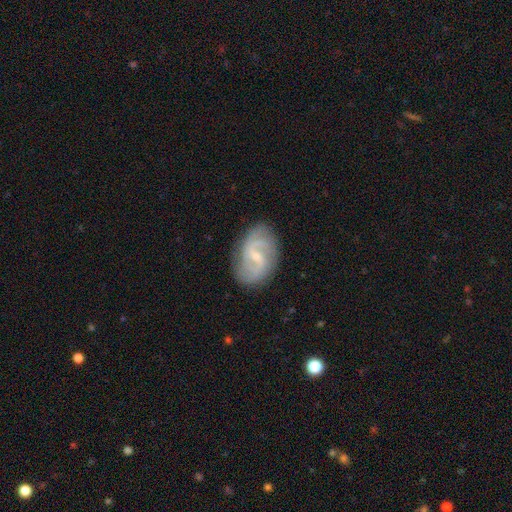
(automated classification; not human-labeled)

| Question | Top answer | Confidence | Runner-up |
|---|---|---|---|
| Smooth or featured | featured or disk | 85% | smooth (10%) |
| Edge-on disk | no | 97% | yes (3%) |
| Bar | weak | 59% | no (23%) |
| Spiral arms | yes | 96% | no (4%) |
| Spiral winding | medium | 48% | loose (32%) |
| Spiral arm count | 2 | 81% | can't tell (8%) |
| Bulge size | small | 69% | moderate (26%) |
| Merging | none | 80% | minor disturbance (15%) |